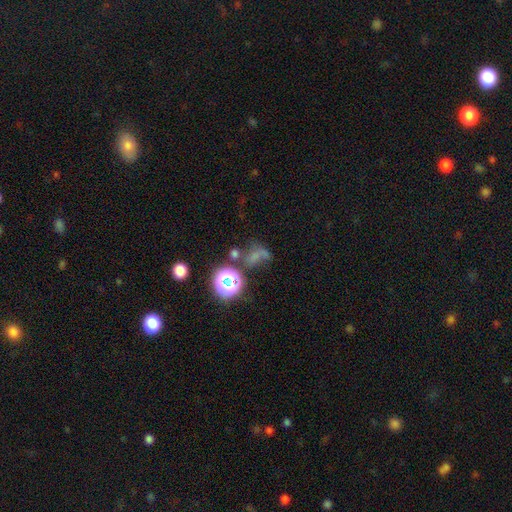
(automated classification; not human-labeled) Smooth or featured? smooth (46%)
Merging? none (38%)